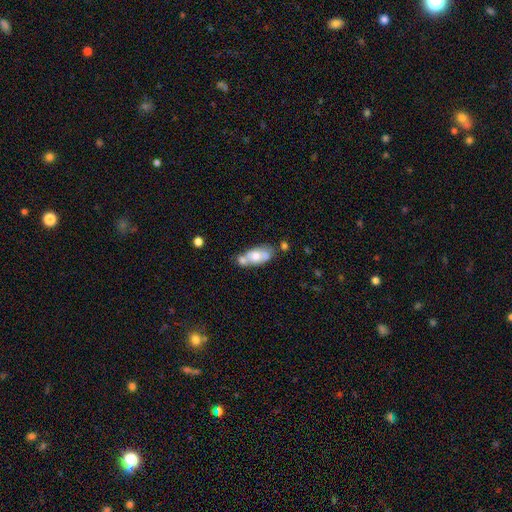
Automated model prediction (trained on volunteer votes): This is possibly a smooth galaxy (59%). How rounded: clearly in between (85%). Merging: marginally none (39%).